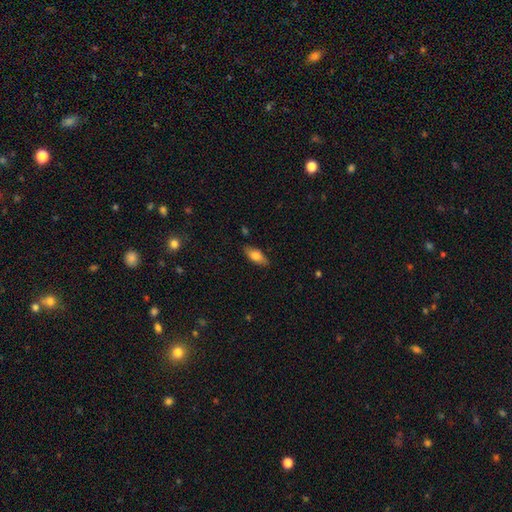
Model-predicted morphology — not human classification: This appears to be a smooth galaxy with no disk features (75%) that is in between round and cigar-shaped (82%). Merging: none (82%).